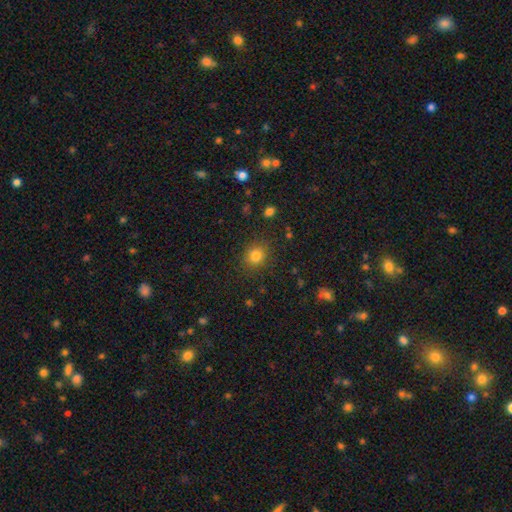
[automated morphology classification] A smooth galaxy with no disk features (81%) that is round (79%). Merging: none (86%).